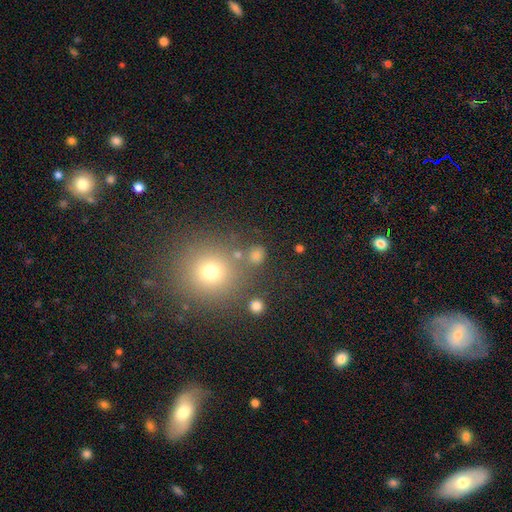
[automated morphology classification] The model was most divided on "smooth or featured": smooth: 74%, star or artifact: 20%, featured or disk: 7%. More confident: how rounded — round (79%); merging — none (75%).